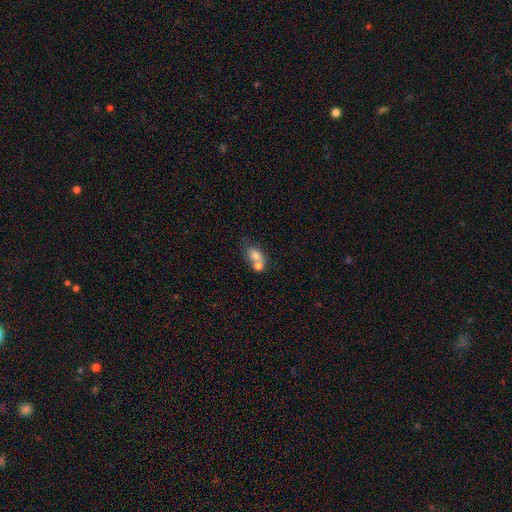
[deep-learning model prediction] Smooth or featured: smooth — 74% (featured or disk — 15%)
How rounded: in between — 70% (round — 27%)
Merging: merger — 53% (none — 30%)